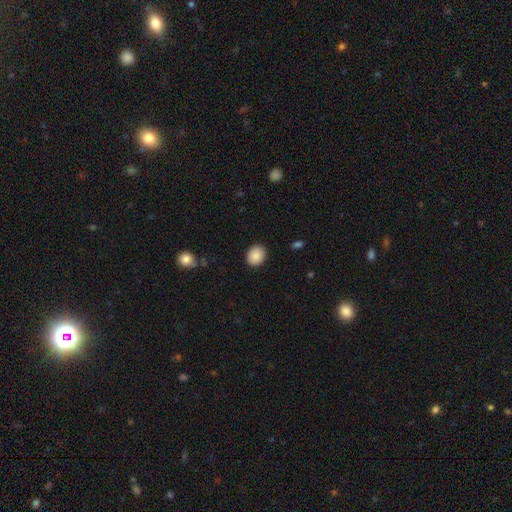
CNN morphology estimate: Overall: smooth (88%). How rounded: round (61%; in between 38%). Merging: none (90%).